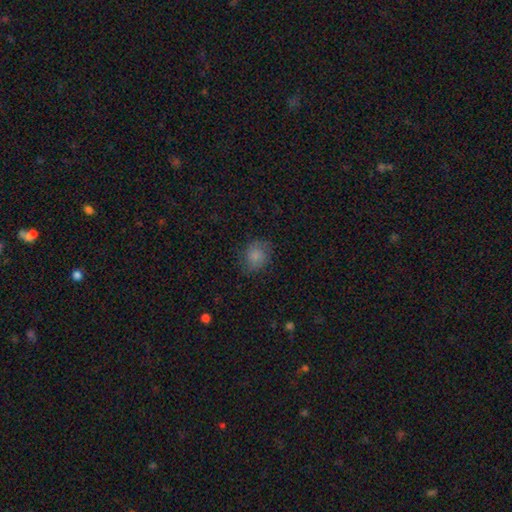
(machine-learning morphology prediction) This is clearly a smooth galaxy (80%). How rounded: likely round (69%). Merging: likely none (74%).